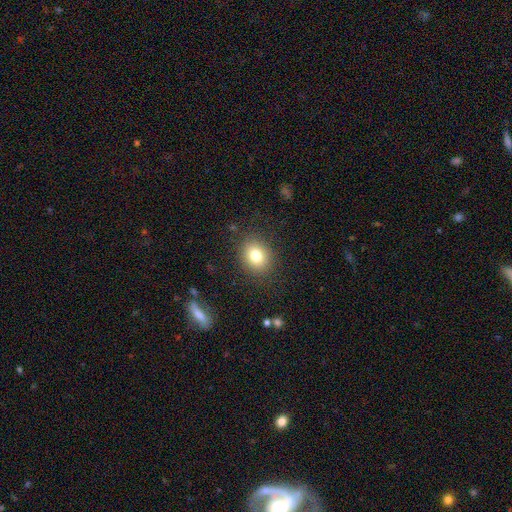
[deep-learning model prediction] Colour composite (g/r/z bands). It shows a smooth galaxy with no disk features (79%) that is round (60%). Merging: none (86%).